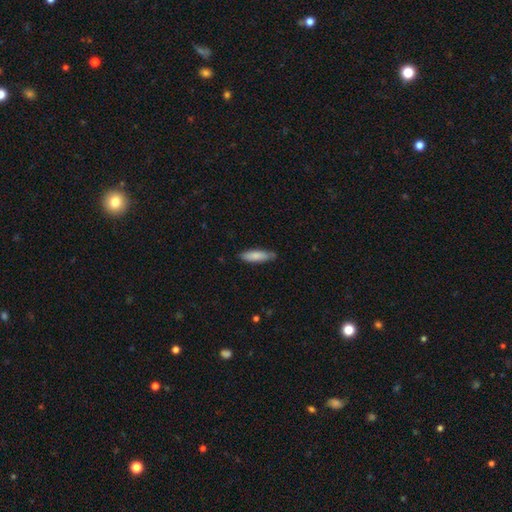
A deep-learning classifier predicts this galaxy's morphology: Smooth or featured? smooth (82%)
How rounded? cigar-shaped (57%)
Merging? none (77%)